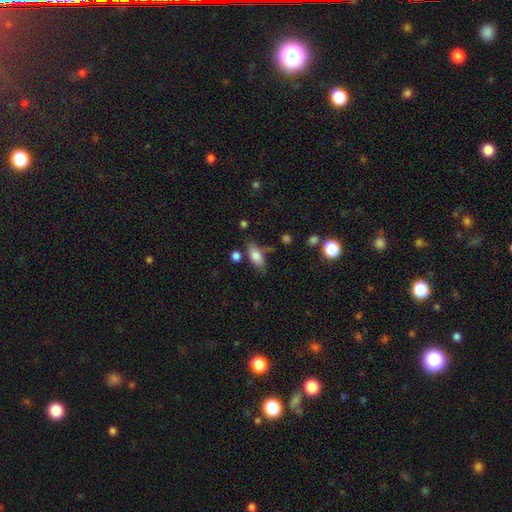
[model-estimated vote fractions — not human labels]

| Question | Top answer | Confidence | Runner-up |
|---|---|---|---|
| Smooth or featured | smooth | 77% | featured or disk (15%) |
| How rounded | in between | 80% | cigar-shaped (17%) |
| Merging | none | 64% | minor disturbance (21%) |